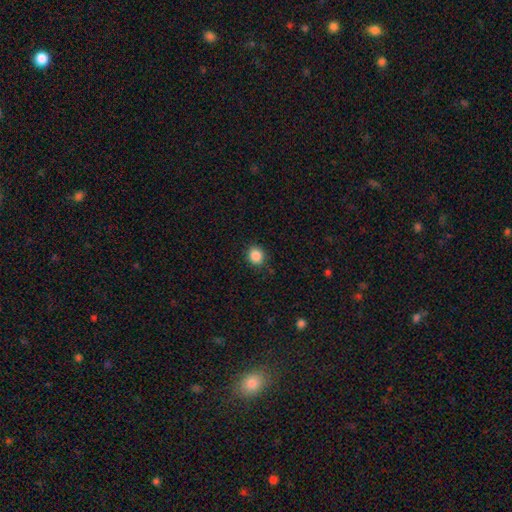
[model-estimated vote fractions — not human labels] Smooth or featured?
  - smooth: 87% *
  - star or artifact: 10%
  - featured or disk: 3%
How rounded?
  - round: 81% *
  - in between: 19%
  - cigar-shaped: 1%
Merging?
  - none: 88% *
  - minor disturbance: 9%
  - major disturbance: 2%
  - merger: 1%